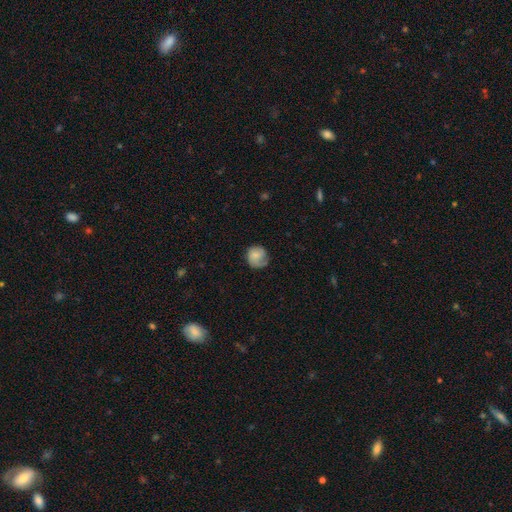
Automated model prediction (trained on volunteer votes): The model was most divided on "smooth or featured": smooth: 58%, featured or disk: 35%, star or artifact: 7%. More confident: how rounded — round (78%); merging — none (57%).